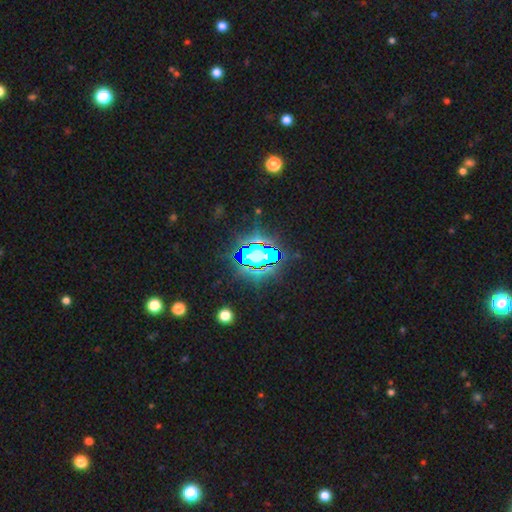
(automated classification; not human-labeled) Smooth or featured? Predicted: star or artifact (p=0.72).